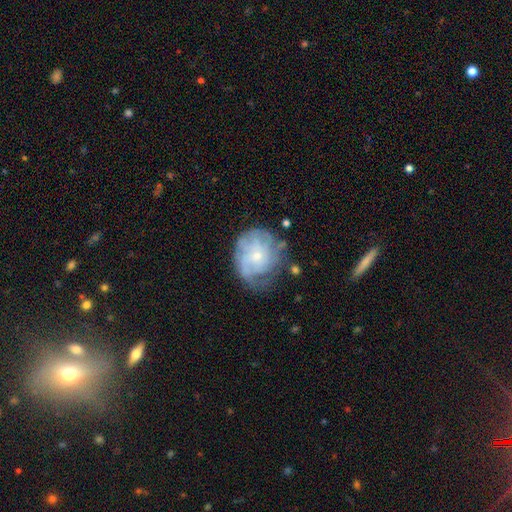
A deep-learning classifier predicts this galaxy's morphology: type=featured or disk (66%); edge-on=no (97%); bar=no (79%); spiral arms=yes (75%); bulge=small (64%); merging=none (57%).